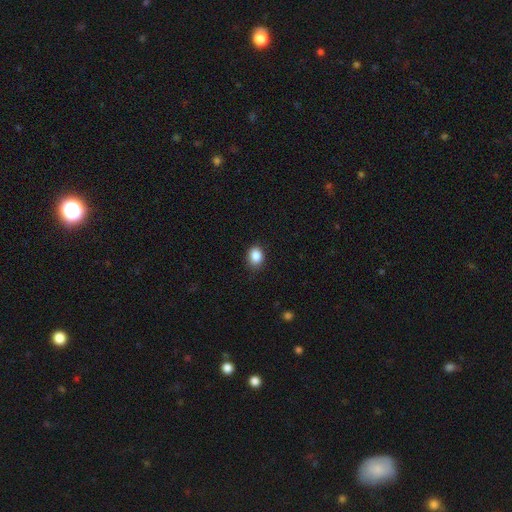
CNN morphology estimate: Smooth or featured? smooth (87%)
How rounded? in between (56%)
Merging? none (81%)